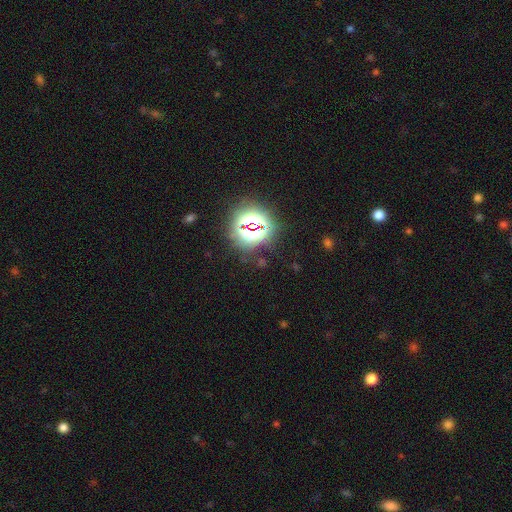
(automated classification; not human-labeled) The model was most divided on "smooth or featured": star or artifact: 84%, smooth: 10%, featured or disk: 6%.